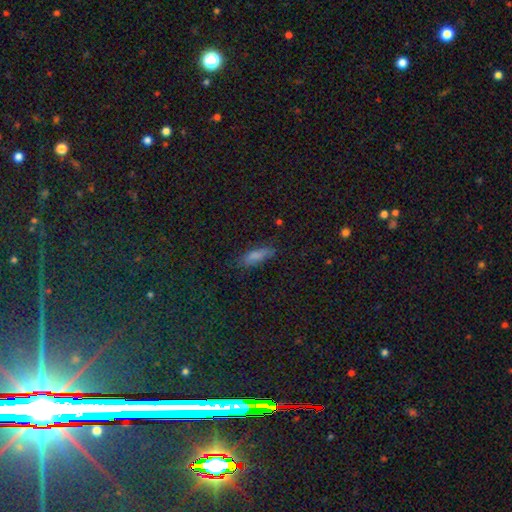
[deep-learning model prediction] smooth-or-featured: smooth: 77% | star or artifact: 12% | featured or disk: 11%
  how-rounded: in between: 56% | cigar-shaped: 42% | round: 3%
  merging: none: 77% | minor disturbance: 17% | major disturbance: 4% | merger: 2%